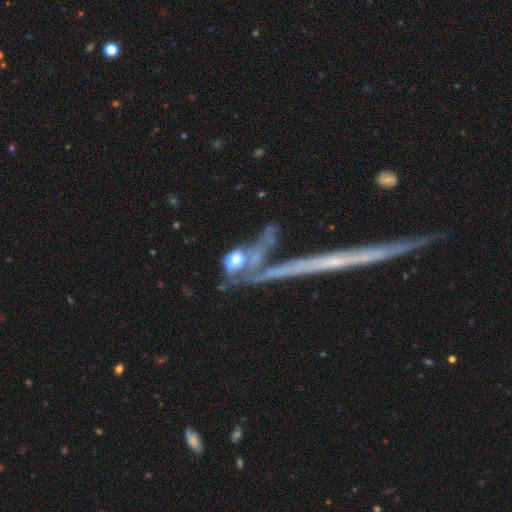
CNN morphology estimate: This appears to be a featured or disk galaxy (49%). Merging: none (33%, tied with merger).